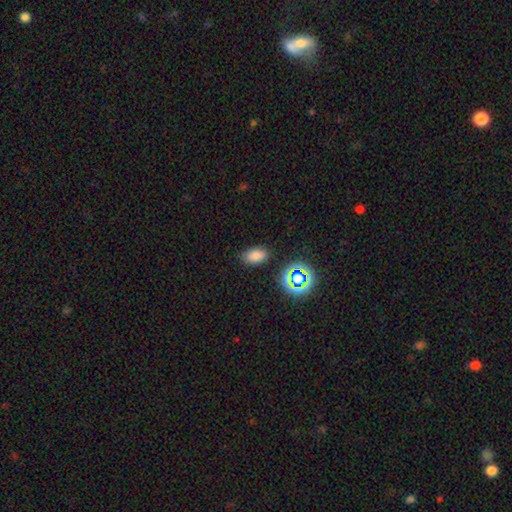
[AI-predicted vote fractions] Overall: smooth (78%). How rounded: in between (90%). Merging: none (86%).